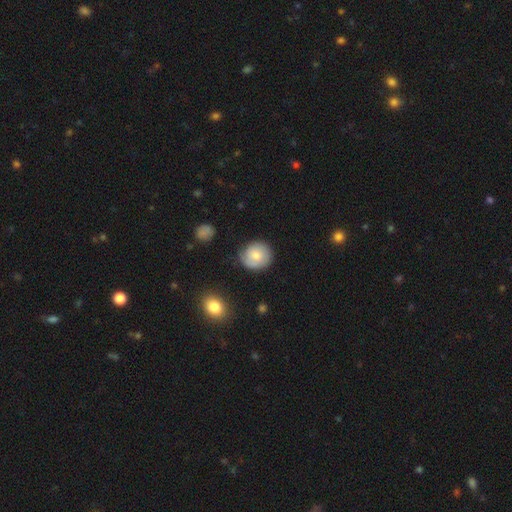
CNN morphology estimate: Q: Smooth or featured?
A: smooth (69%); runner-up: featured or disk (23%)
Q: How rounded?
A: round (84%); runner-up: in between (15%)
Q: Merging?
A: none (75%); runner-up: minor disturbance (18%)